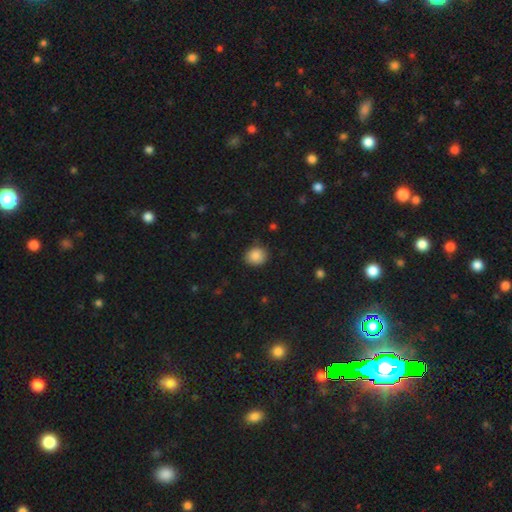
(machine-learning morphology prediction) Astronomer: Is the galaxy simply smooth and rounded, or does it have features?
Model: smooth — 87%.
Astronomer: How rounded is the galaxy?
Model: round — 77%.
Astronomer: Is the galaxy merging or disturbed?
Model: none — 85%.